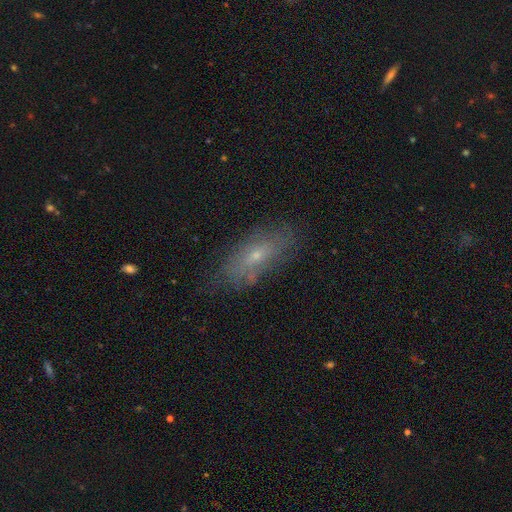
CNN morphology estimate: This appears to be a smooth galaxy with no disk features (49%). Merging: none (70%).